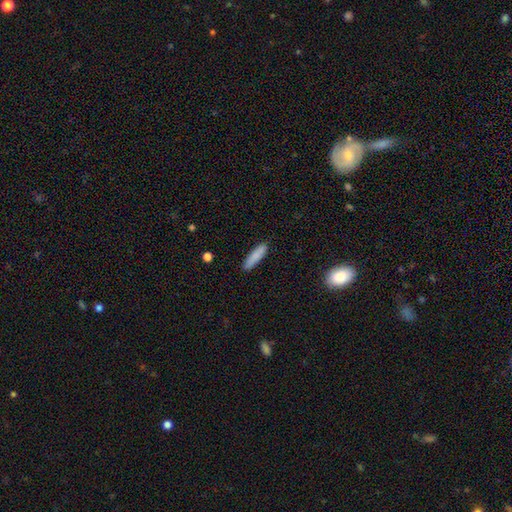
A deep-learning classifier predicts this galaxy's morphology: This appears to be a smooth galaxy with no disk features (85%) that is cigar-shaped (76%). Merging: none (87%).